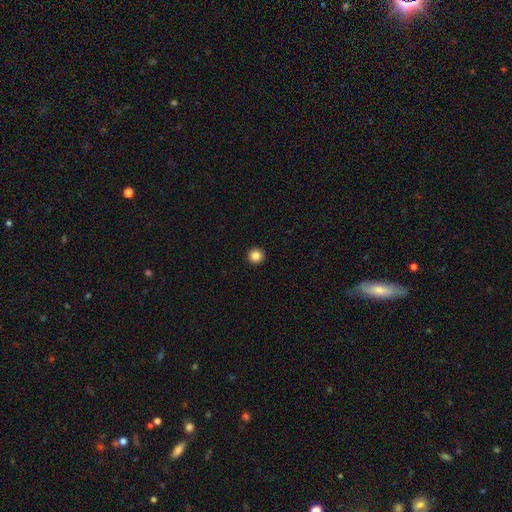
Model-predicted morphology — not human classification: smooth-or-featured: smooth: 84% | star or artifact: 11% | featured or disk: 5%
  how-rounded: round: 96% | in between: 3% | cigar-shaped: 1%
  merging: none: 94% | minor disturbance: 3% | major disturbance: 1% | merger: 1%